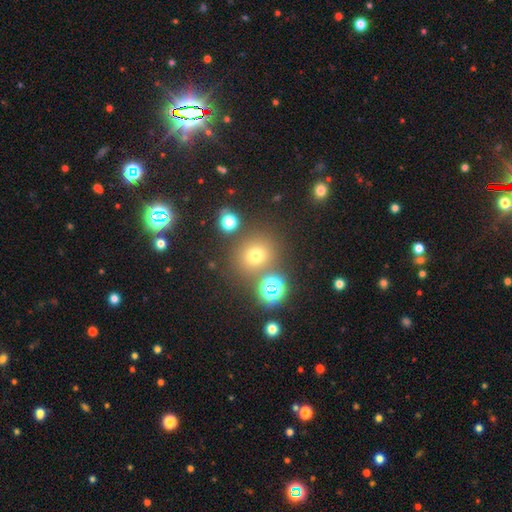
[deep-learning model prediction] This is likely a smooth galaxy (67%). How rounded: clearly round (86%). Merging: likely none (77%).